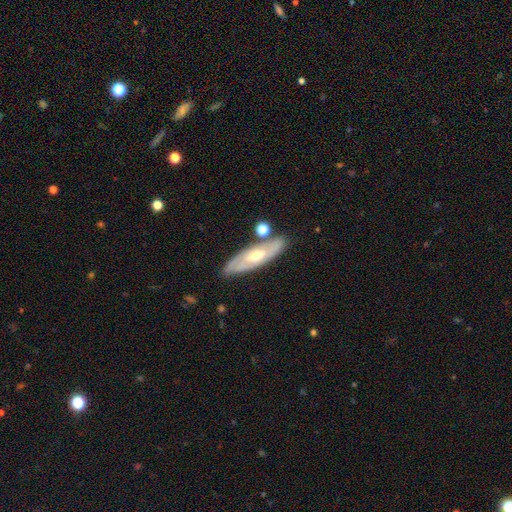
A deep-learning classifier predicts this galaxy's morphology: featured or disk 70%, smooth 24%, star or artifact 7%. Down the decision tree: edge-on disk — no (66%); merging — none (77%).